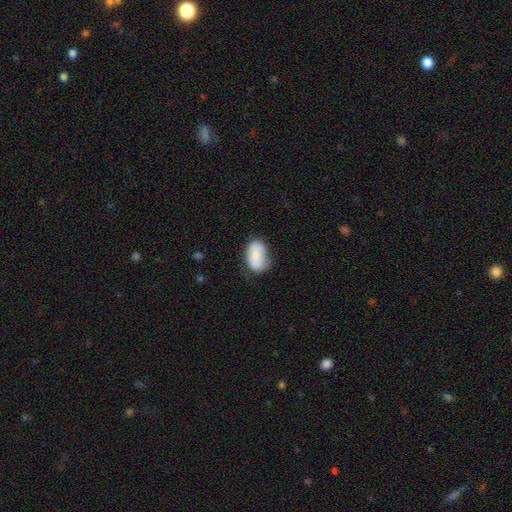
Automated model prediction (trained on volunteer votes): This appears to be a smooth galaxy with no disk features (77%) that is in between round and cigar-shaped (89%). Merging: none (58%).